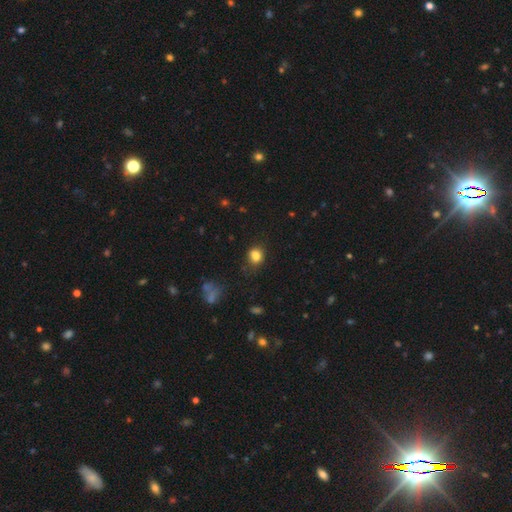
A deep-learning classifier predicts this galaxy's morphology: type=smooth (81%); roundness=round (58%); merging=none (67%).